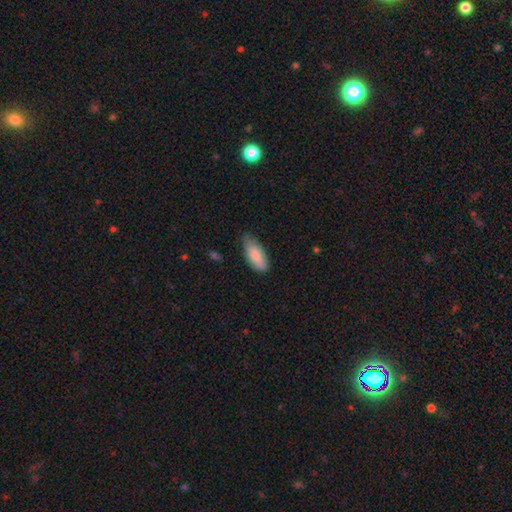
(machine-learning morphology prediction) Q: Smooth or featured?
A: smooth (85%); runner-up: featured or disk (9%)
Q: How rounded?
A: in between (83%); runner-up: cigar-shaped (15%)
Q: Merging?
A: none (64%); runner-up: minor disturbance (31%)